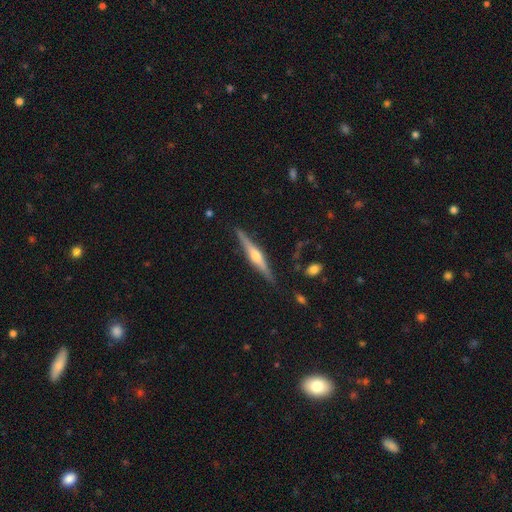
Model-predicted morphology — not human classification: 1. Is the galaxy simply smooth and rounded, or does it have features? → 74% featured or disk, 21% smooth, 5% star or artifact.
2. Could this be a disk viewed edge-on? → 98% yes, 2% no.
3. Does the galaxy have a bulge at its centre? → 89% rounded, 6% boxy, 5% none.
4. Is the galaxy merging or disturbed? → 88% none, 9% minor disturbance, 2% major disturbance, 1% merger.